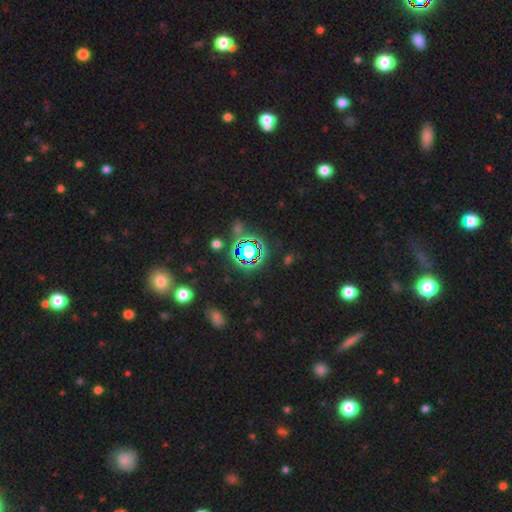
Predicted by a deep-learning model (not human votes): A star or artifact, not a galaxy (73%).

Vote fractions:
- Smooth or featured? star or artifact: 73% / smooth: 17% / featured or disk: 10%